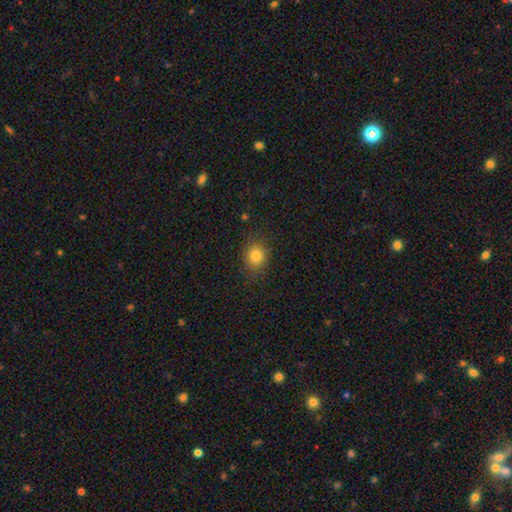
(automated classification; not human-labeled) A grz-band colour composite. It shows a smooth galaxy with no disk features (82%) that is round (61%). Merging: none (83%).